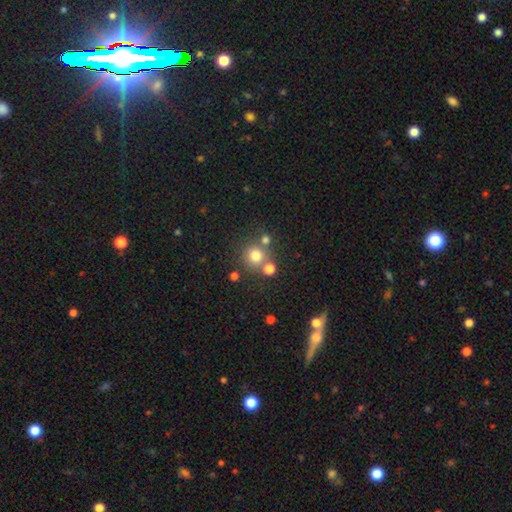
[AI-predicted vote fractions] The model was most divided on "merging": none: 71%, merger: 17%, minor disturbance: 8%, major disturbance: 4%. More confident: how rounded — round (92%); smooth or featured — smooth (75%).